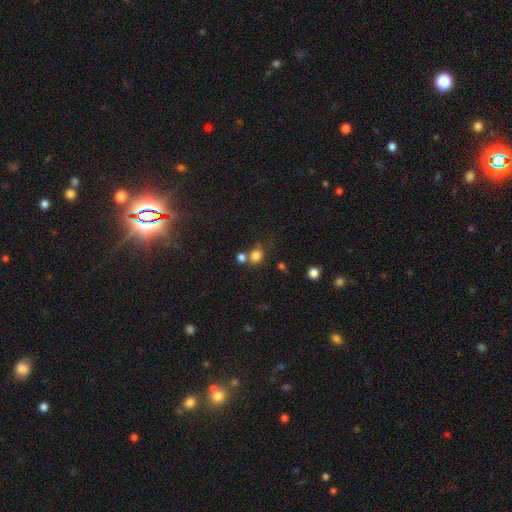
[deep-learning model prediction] This is clearly a smooth galaxy (80%). How rounded: likely round (67%). Merging: possibly none (51%).